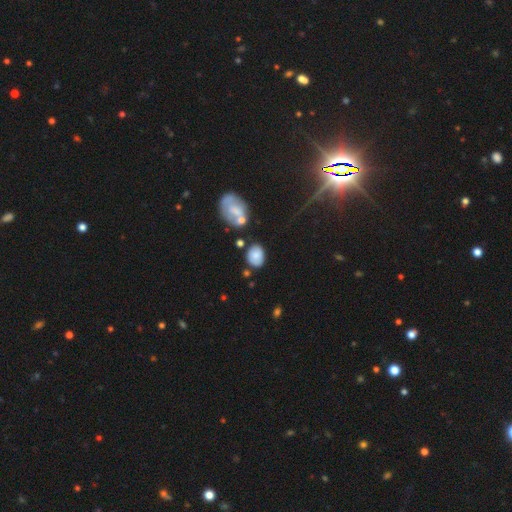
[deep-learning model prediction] A smooth galaxy with no disk features (74%) that is in between round and cigar-shaped (56%). Merging: none (70%).